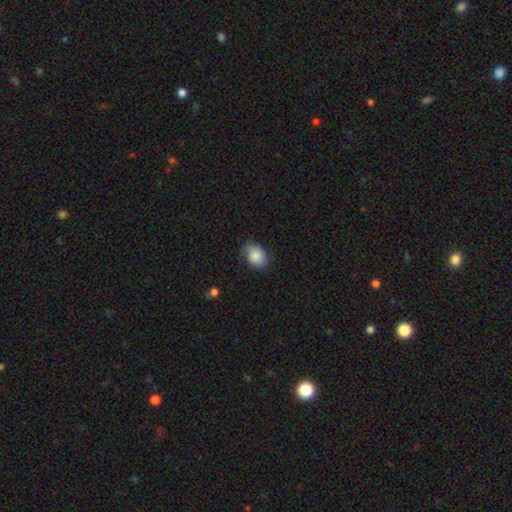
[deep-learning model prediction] Smooth or featured? smooth (67%)
How rounded? in between (68%)
Merging? none (58%)